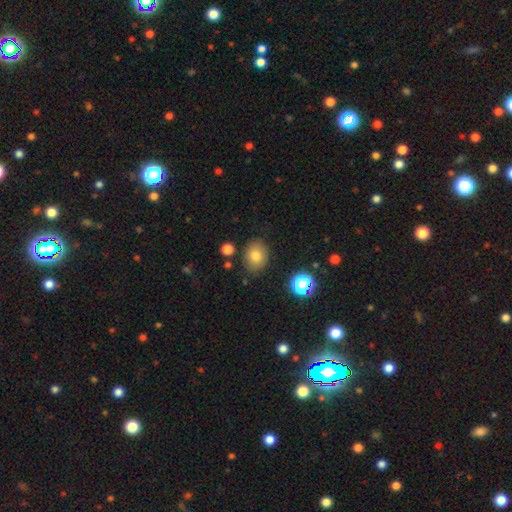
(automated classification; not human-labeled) The model was most divided on "how rounded": in between: 60%, round: 39%, cigar-shaped: 1%. More confident: merging — none (83%); smooth or featured — smooth (78%).